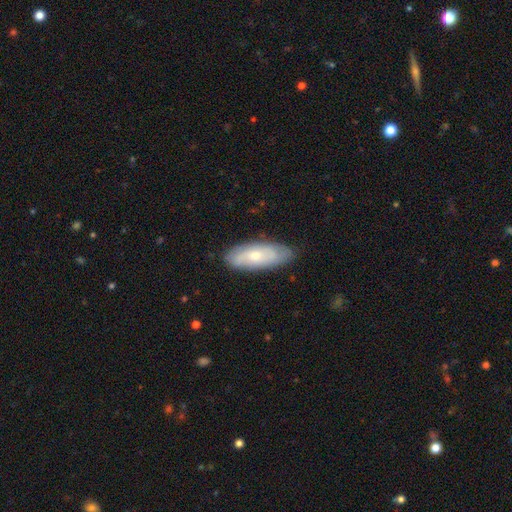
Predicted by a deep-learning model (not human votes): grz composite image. It shows a featured or disk galaxy (51%). Merging: none (79%).